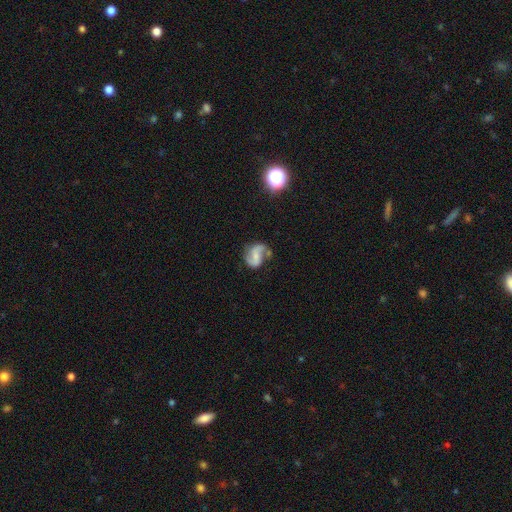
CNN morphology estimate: This is likely a featured or disk galaxy (75%). It is clearly not viewed edge-on (98%). Bar: marginally weak (41%). Spiral arm pattern: clearly yes (92%). Spiral arm count: clearly 2 (87%). Spiral winding: possibly loose (47%). Central bulge: marginally small (42%). Merging: possibly none (56%).